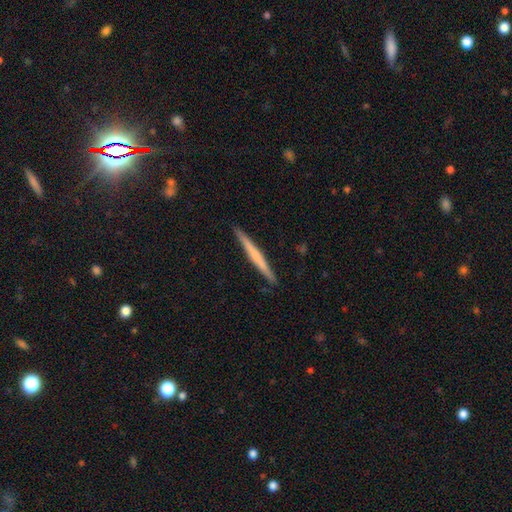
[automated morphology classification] Overall: featured or disk (49%; smooth 46%). Merging: none (92%).